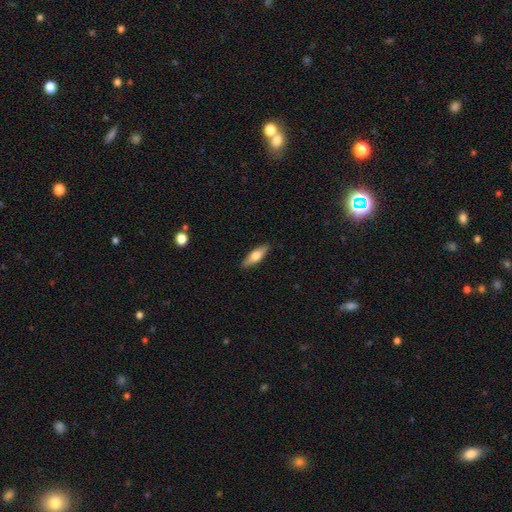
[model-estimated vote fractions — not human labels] Smooth or featured?
  - smooth: 63% *
  - featured or disk: 31%
  - star or artifact: 6%
How rounded?
  - in between: 55% *
  - cigar-shaped: 42%
  - round: 3%
Merging?
  - none: 88% *
  - minor disturbance: 9%
  - major disturbance: 2%
  - merger: 1%